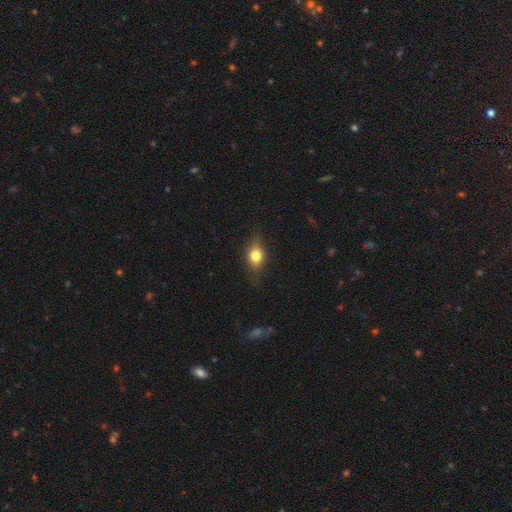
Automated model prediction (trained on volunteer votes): smooth 72%, featured or disk 18%, star or artifact 10%. Down the decision tree: how rounded — in between (57%); merging — none (76%).